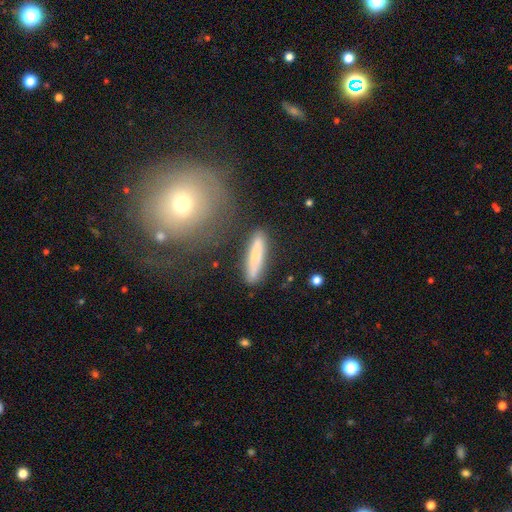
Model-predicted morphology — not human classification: smooth 70%, featured or disk 23%, star or artifact 7%. Down the decision tree: how rounded — cigar-shaped (83%); merging — none (83%).